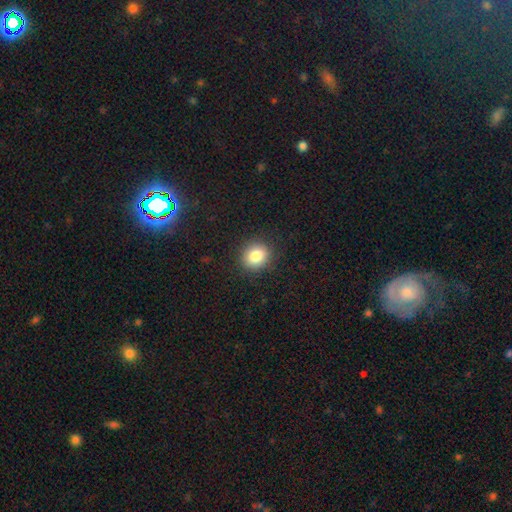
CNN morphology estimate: type=smooth (83%); roundness=round (73%); merging=none (88%).